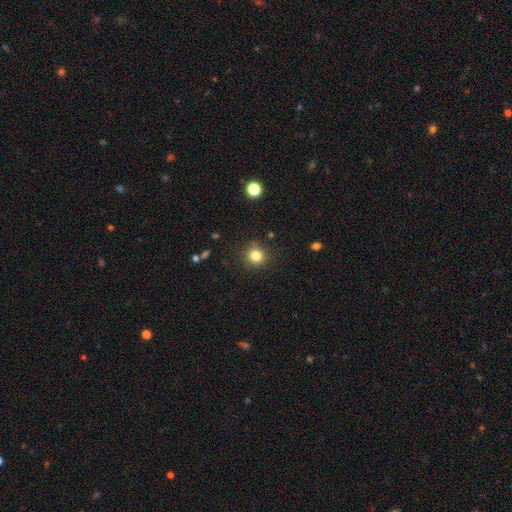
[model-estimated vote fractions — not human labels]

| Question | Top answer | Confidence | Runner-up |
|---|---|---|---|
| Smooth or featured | smooth | 82% | star or artifact (12%) |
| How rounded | round | 90% | in between (9%) |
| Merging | none | 86% | minor disturbance (10%) |